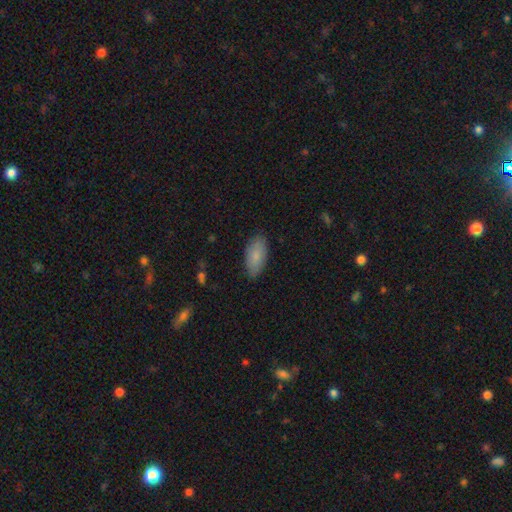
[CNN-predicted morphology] type=smooth (83%); roundness=in between (90%); merging=none (84%).